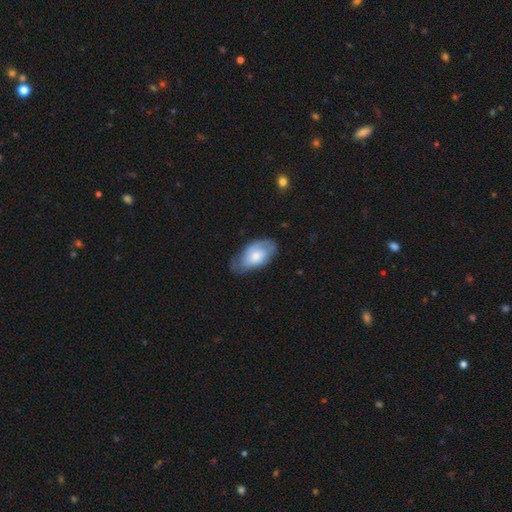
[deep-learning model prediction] smooth_or_featured: smooth (p=0.53) [alt: featured or disk p=0.41]
how_rounded: in between (p=0.92) [alt: round p=0.05]
merging: none (p=0.54) [alt: minor disturbance p=0.33]